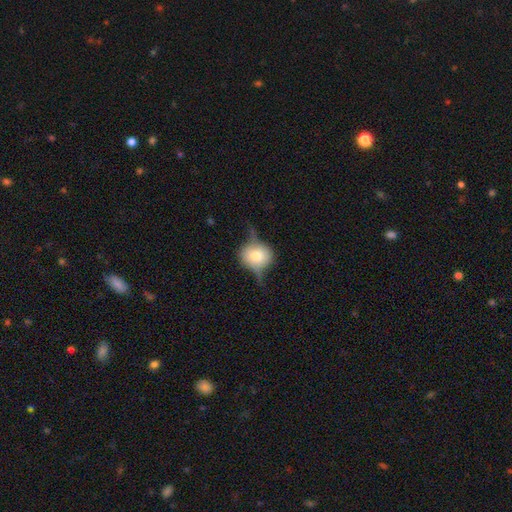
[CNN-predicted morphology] Smooth or featured: featured or disk — 53% (smooth — 38%)
Edge-on disk: yes — 78% (no — 22%)
Merging: none — 57% (minor disturbance — 26%)